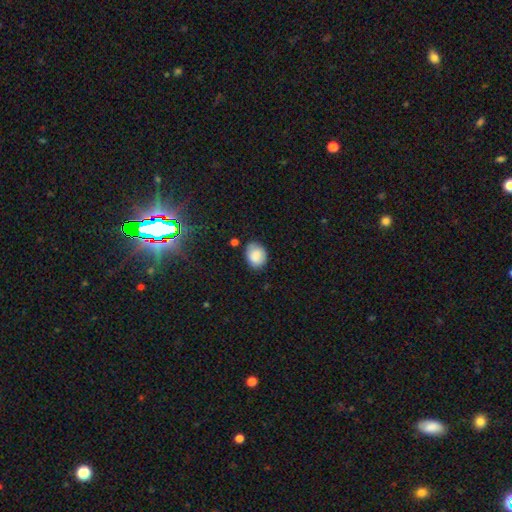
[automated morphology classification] type=smooth (85%); roundness=round (50%); merging=none (71%).